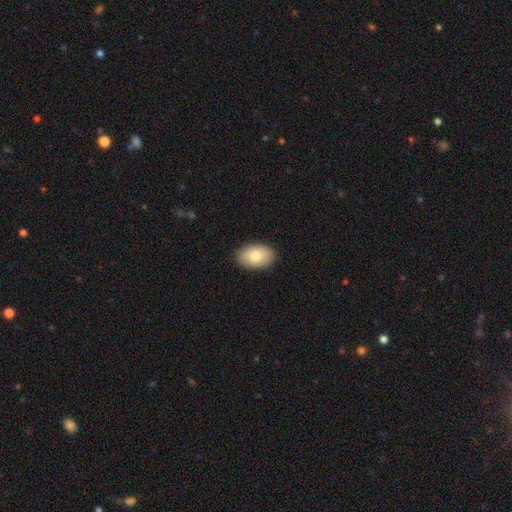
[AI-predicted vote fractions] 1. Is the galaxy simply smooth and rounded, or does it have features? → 81% smooth, 13% featured or disk, 7% star or artifact.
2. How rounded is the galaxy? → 89% in between, 10% round, 1% cigar-shaped.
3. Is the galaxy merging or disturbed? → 89% none, 8% minor disturbance, 2% major disturbance, 1% merger.